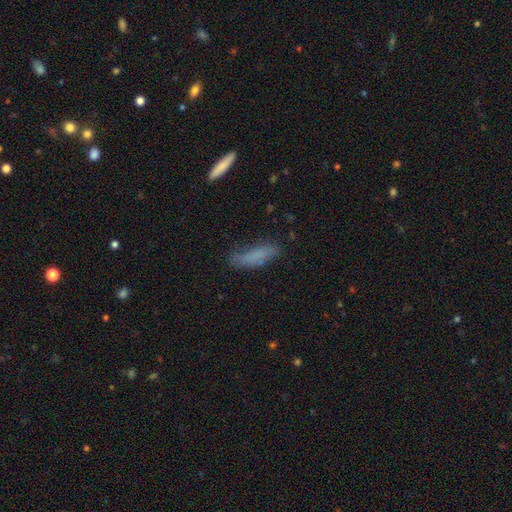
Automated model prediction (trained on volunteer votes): Smooth or featured? Predicted: smooth (p=0.73). How rounded? Predicted: cigar-shaped (p=0.66). Merging? Predicted: none (p=0.67).